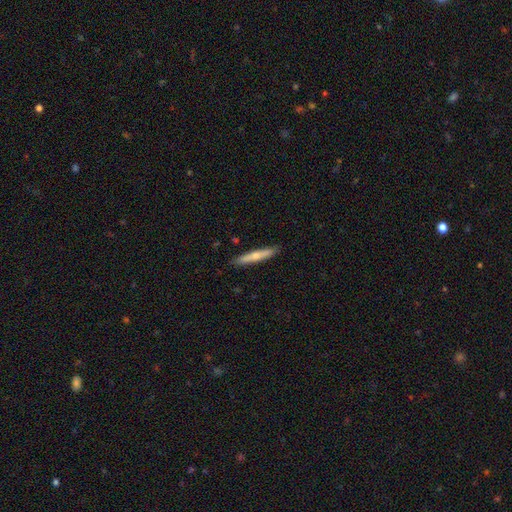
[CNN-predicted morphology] smooth 57%, featured or disk 37%, star or artifact 6%. Down the decision tree: how rounded — cigar-shaped (94%); merging — none (89%).